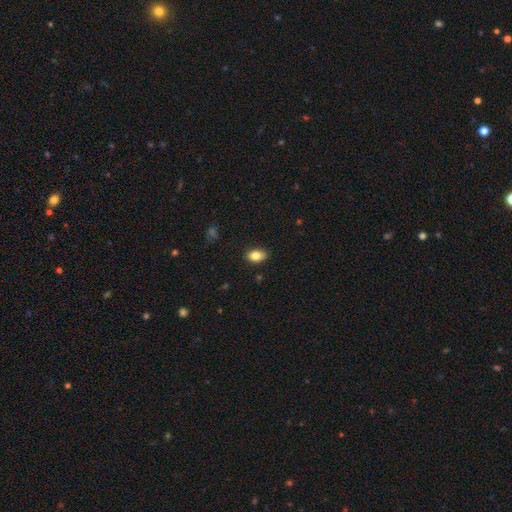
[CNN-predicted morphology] Smooth or featured? Predicted: smooth (p=0.84). How rounded? Predicted: in between (p=0.87). Merging? Predicted: none (p=0.86).